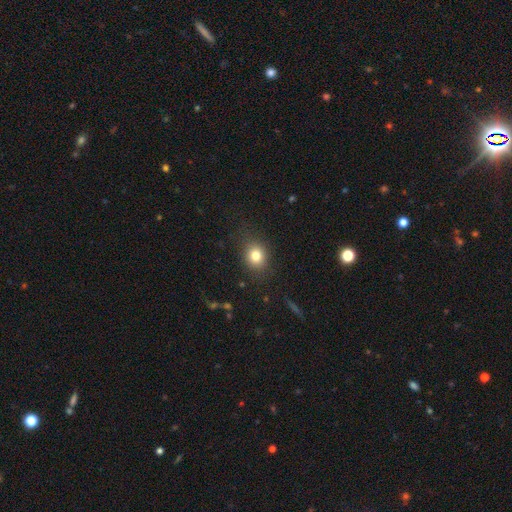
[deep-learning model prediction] A smooth galaxy with no disk features (79%) that is round (66%).

Vote fractions:
- Smooth or featured? smooth: 79% / star or artifact: 12% / featured or disk: 9%
- How rounded? round: 66% / in between: 33% / cigar-shaped: 1%
- Merging? none: 83% / minor disturbance: 12% / major disturbance: 4% / merger: 1%